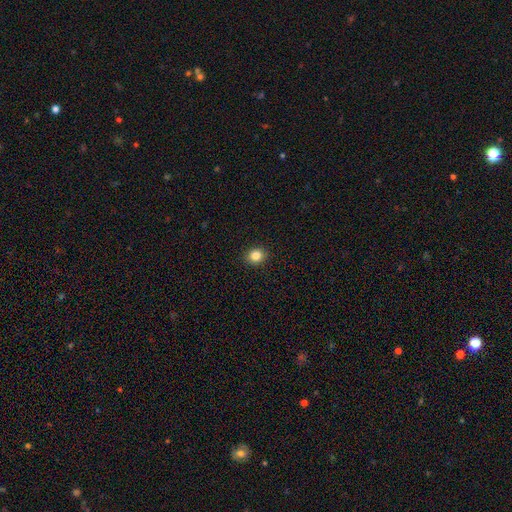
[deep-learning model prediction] Smooth or featured? smooth (84%)
How rounded? round (71%)
Merging? none (92%)